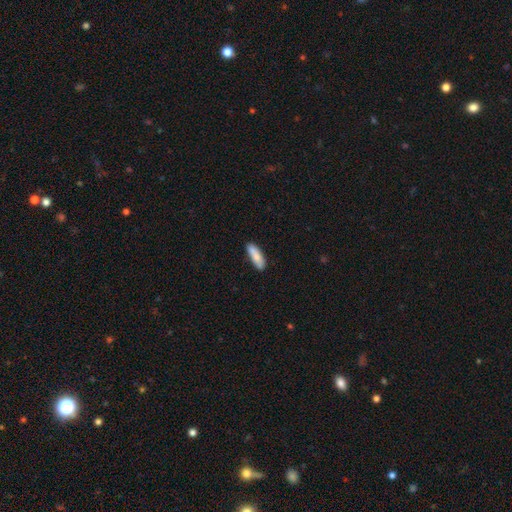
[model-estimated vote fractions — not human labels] This appears to be a smooth galaxy with no disk features (82%) that is cigar-shaped (51%). Merging: none (80%).